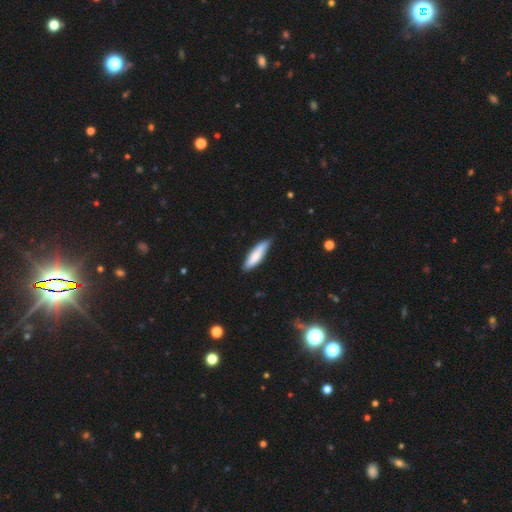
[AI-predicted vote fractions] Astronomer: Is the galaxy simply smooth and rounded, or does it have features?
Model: smooth — 74%.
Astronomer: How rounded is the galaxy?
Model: cigar-shaped — 66%.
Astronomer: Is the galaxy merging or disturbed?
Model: none — 78%.